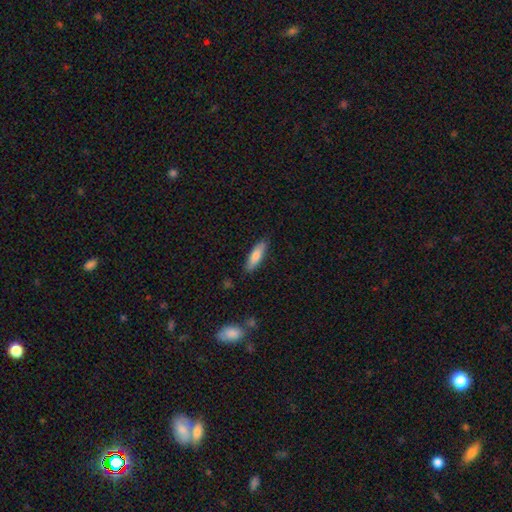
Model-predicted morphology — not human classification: A smooth galaxy with no disk features (79%) that is cigar-shaped (56%). Merging: none (85%).